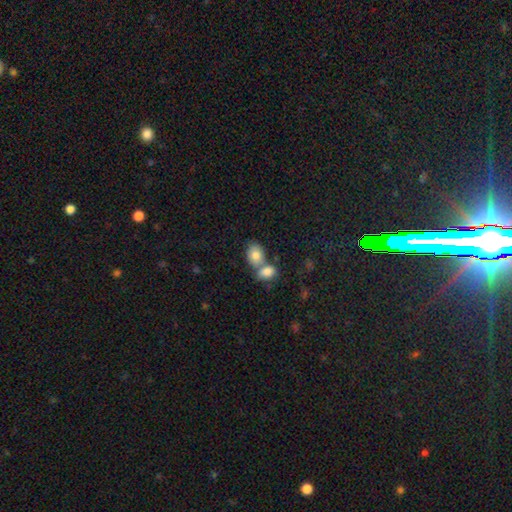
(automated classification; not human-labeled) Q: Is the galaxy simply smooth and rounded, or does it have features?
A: smooth — 81%.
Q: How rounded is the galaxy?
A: in between — 68%.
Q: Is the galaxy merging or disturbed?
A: merger — 50%.